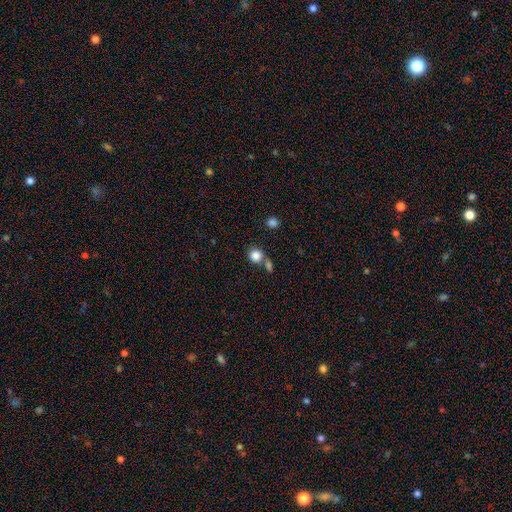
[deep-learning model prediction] smooth-or-featured: smooth: 84% | star or artifact: 10% | featured or disk: 6%
  how-rounded: round: 82% | in between: 17% | cigar-shaped: 1%
  merging: none: 52% | merger: 32% | minor disturbance: 10% | major disturbance: 5%